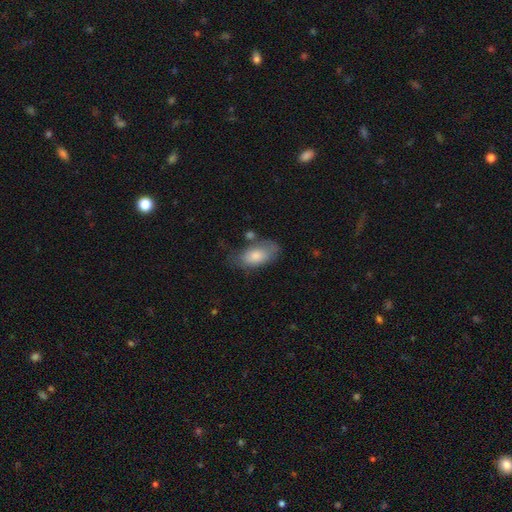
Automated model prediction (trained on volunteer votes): Overall: smooth (78%). How rounded: in between (92%). Merging: none (52%; minor disturbance 28%).